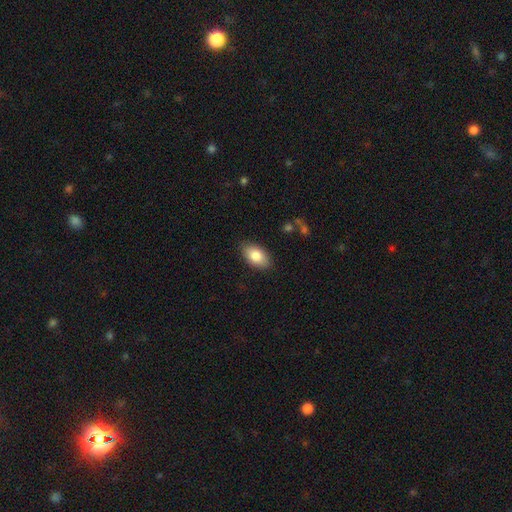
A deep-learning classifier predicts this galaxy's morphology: smooth-or-featured: smooth: 82% | featured or disk: 11% | star or artifact: 7%
  how-rounded: in between: 93% | round: 5% | cigar-shaped: 2%
  merging: none: 87% | minor disturbance: 10% | major disturbance: 2% | merger: 1%